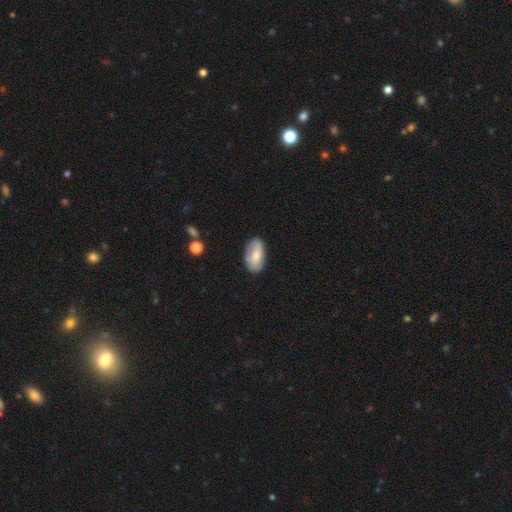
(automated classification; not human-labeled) Smooth or featured?
  - smooth: 72% *
  - featured or disk: 21%
  - star or artifact: 7%
How rounded?
  - in between: 94% *
  - round: 3%
  - cigar-shaped: 3%
Merging?
  - none: 73% *
  - minor disturbance: 20%
  - major disturbance: 5%
  - merger: 2%